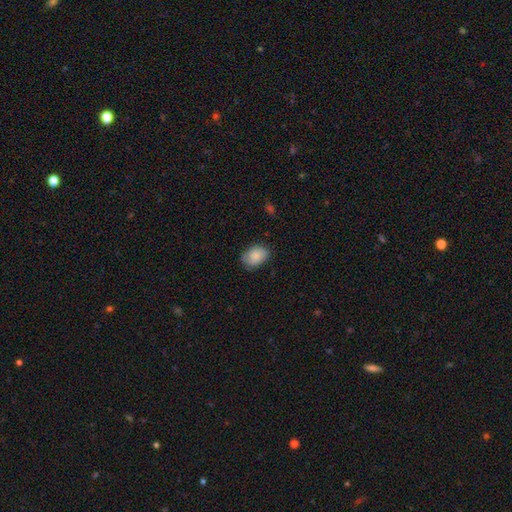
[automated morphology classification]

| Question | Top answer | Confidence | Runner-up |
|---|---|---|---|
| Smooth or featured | smooth | 82% | featured or disk (11%) |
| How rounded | in between | 79% | round (20%) |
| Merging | none | 74% | minor disturbance (20%) |